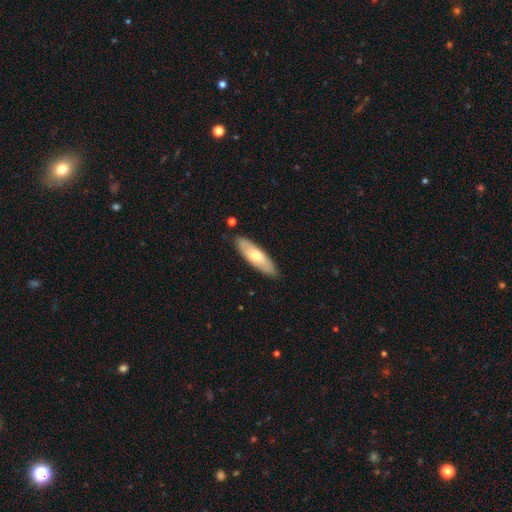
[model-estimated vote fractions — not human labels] Overall: smooth (62%; featured or disk 32%). How rounded: cigar-shaped (50%; in between 48%). Merging: none (85%).